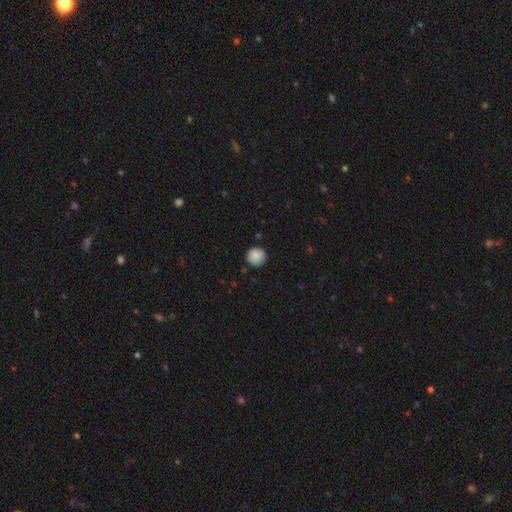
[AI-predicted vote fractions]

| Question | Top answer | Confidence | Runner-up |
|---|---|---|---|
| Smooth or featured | smooth | 87% | star or artifact (8%) |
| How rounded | round | 95% | in between (4%) |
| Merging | none | 87% | minor disturbance (10%) |